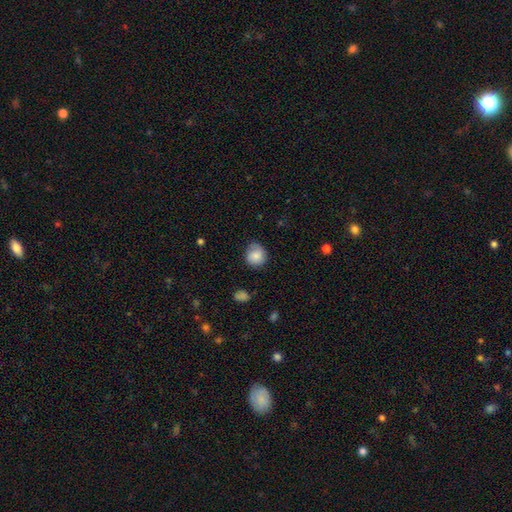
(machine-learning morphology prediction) A smooth galaxy with no disk features (81%) that is round (82%). Merging: none (66%).